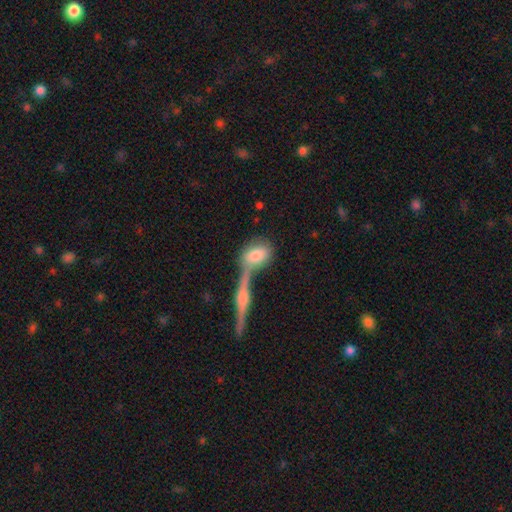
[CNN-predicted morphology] Q: Smooth or featured?
A: smooth (73%); runner-up: featured or disk (20%)
Q: How rounded?
A: in between (71%); runner-up: round (22%)
Q: Merging?
A: merger (41%); runner-up: none (39%)